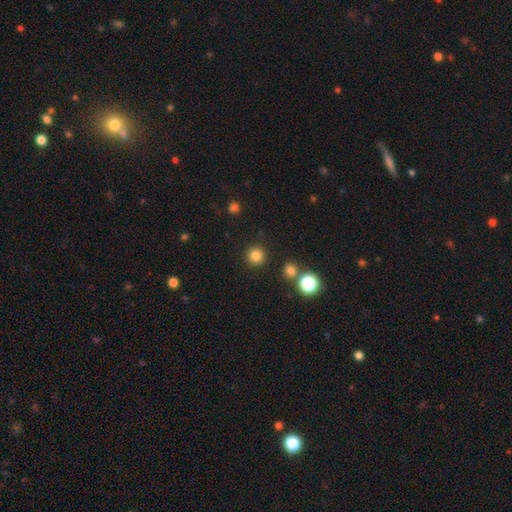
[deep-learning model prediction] This is clearly a smooth galaxy (82%). How rounded: clearly round (95%). Merging: clearly none (89%).